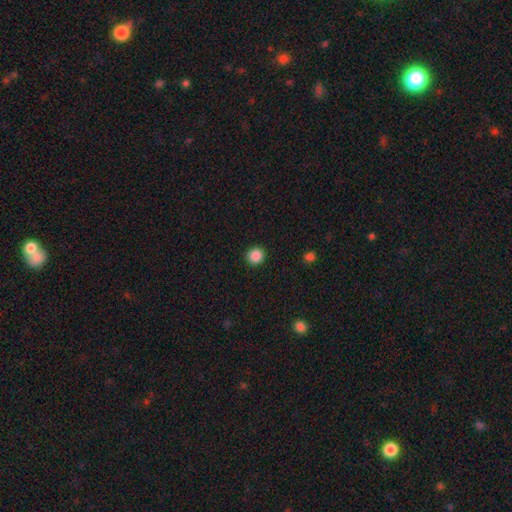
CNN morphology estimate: smooth-or-featured: smooth: 87% | star or artifact: 10% | featured or disk: 3%
  how-rounded: round: 90% | in between: 9% | cigar-shaped: 1%
  merging: none: 92% | minor disturbance: 5% | major disturbance: 2% | merger: 1%